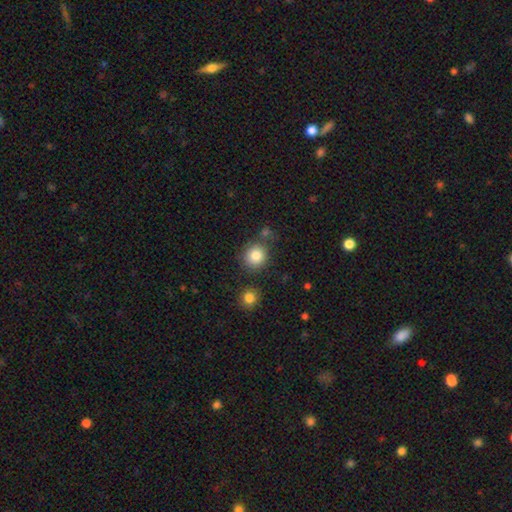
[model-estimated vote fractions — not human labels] A smooth galaxy with no disk features (84%) that is round (86%). Merging: none (77%).